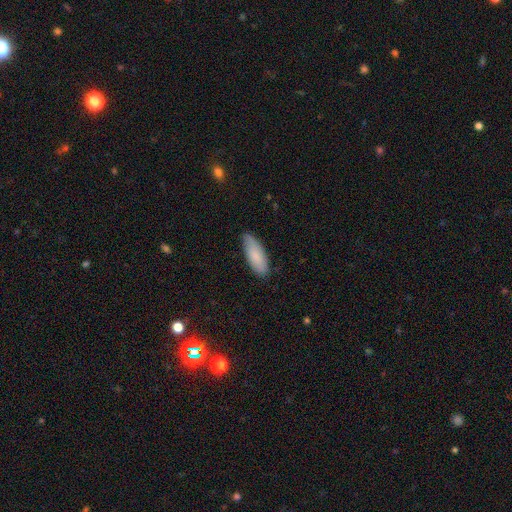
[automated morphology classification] Smooth or featured? Predicted: smooth (p=0.83). How rounded? Predicted: in between (p=0.71). Merging? Predicted: none (p=0.78).